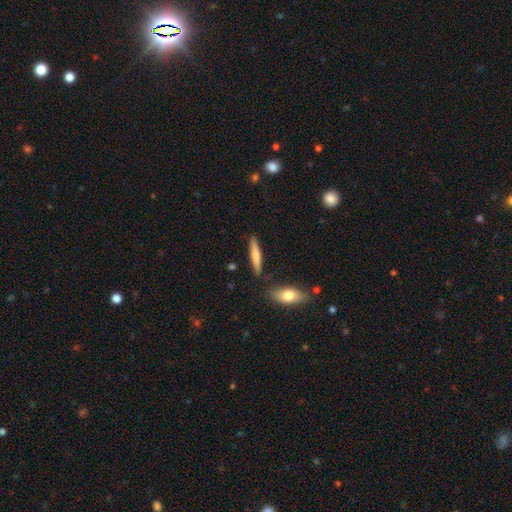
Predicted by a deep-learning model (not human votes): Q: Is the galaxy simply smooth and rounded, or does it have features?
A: smooth — 66%.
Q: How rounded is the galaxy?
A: cigar-shaped — 87%.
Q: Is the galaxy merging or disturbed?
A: none — 84%.